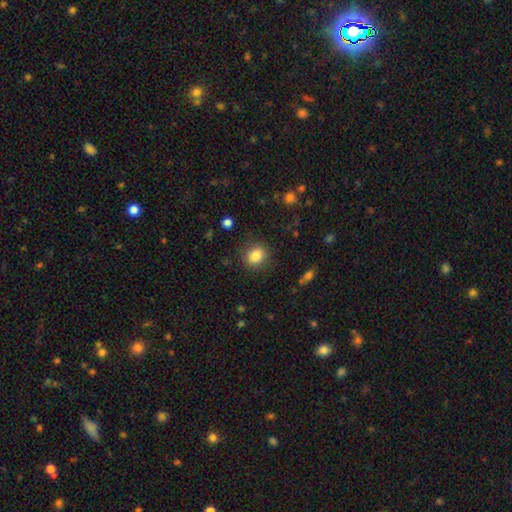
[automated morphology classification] smooth-or-featured: smooth: 84% | star or artifact: 10% | featured or disk: 6%
  how-rounded: round: 68% | in between: 31% | cigar-shaped: 1%
  merging: none: 85% | minor disturbance: 10% | major disturbance: 3% | merger: 1%